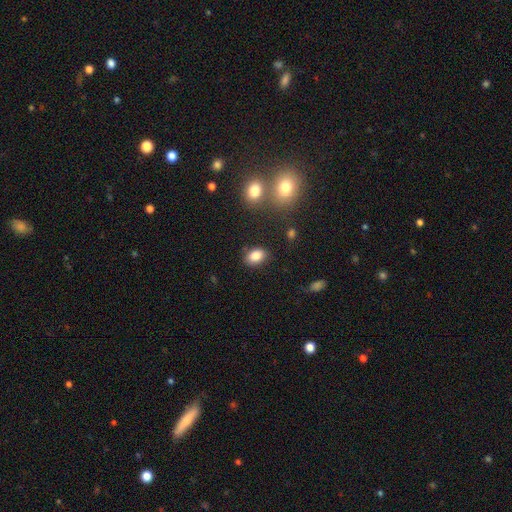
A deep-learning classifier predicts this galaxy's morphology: smooth_or_featured: smooth (p=0.85) [alt: star or artifact p=0.09]
how_rounded: in between (p=0.81) [alt: round p=0.18]
merging: none (p=0.83) [alt: minor disturbance p=0.11]